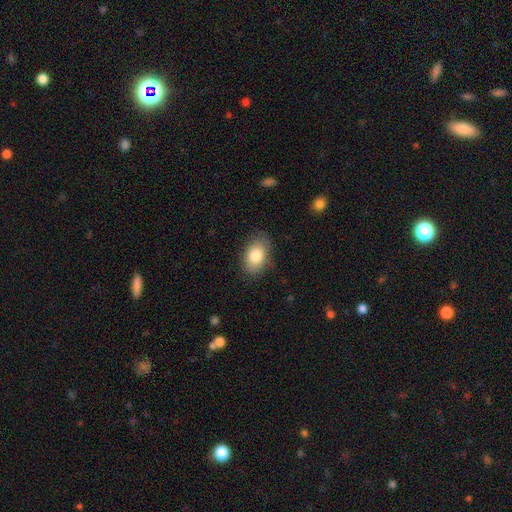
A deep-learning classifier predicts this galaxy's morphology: smooth_or_featured: smooth (p=0.81) [alt: featured or disk p=0.11]
how_rounded: in between (p=0.86) [alt: round p=0.12]
merging: none (p=0.79) [alt: minor disturbance p=0.16]